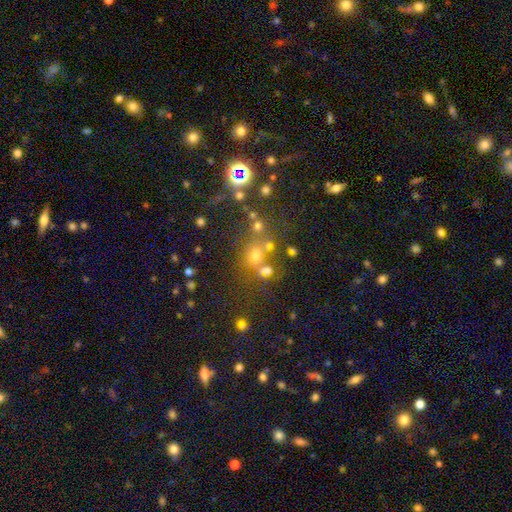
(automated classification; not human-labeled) smooth 49%, star or artifact 38%, featured or disk 13%. Down the decision tree: merging — none (56%).